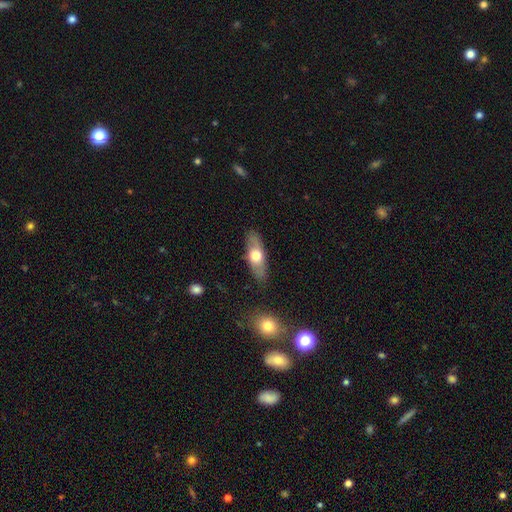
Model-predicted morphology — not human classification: Smooth or featured? smooth (54%)
How rounded? in between (61%)
Merging? none (83%)